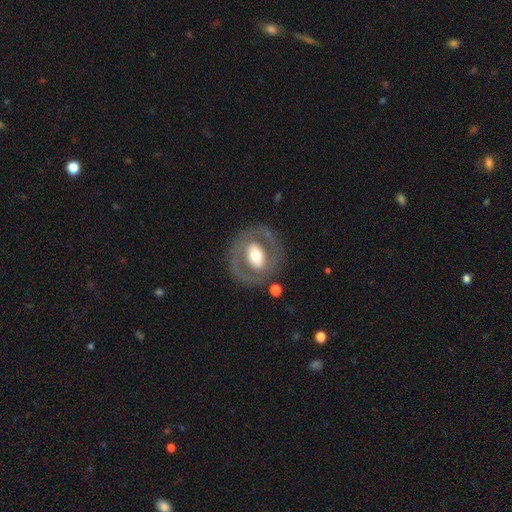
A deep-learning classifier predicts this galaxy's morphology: Smooth or featured? featured or disk (64%)
Edge-on disk? no (94%)
Bar? no (44%)
Spiral arms? no (70%)
Bulge size? moderate (59%)
Merging? none (76%)